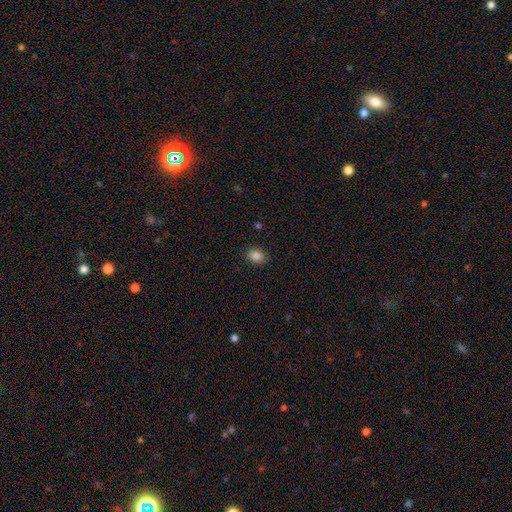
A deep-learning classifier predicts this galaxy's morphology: Smooth or featured?
  - smooth: 86% *
  - star or artifact: 10%
  - featured or disk: 3%
How rounded?
  - in between: 63% *
  - round: 36%
  - cigar-shaped: 1%
Merging?
  - none: 88% *
  - minor disturbance: 9%
  - major disturbance: 2%
  - merger: 1%